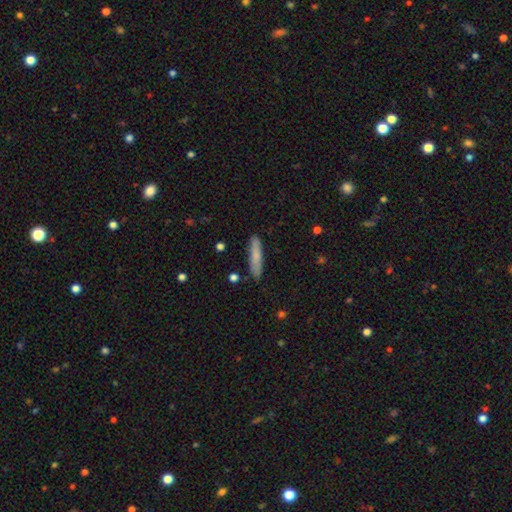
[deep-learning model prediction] Smooth or featured?
  - smooth: 76% *
  - featured or disk: 18%
  - star or artifact: 6%
How rounded?
  - cigar-shaped: 84% *
  - in between: 15%
  - round: 1%
Merging?
  - none: 86% *
  - minor disturbance: 11%
  - major disturbance: 2%
  - merger: 2%